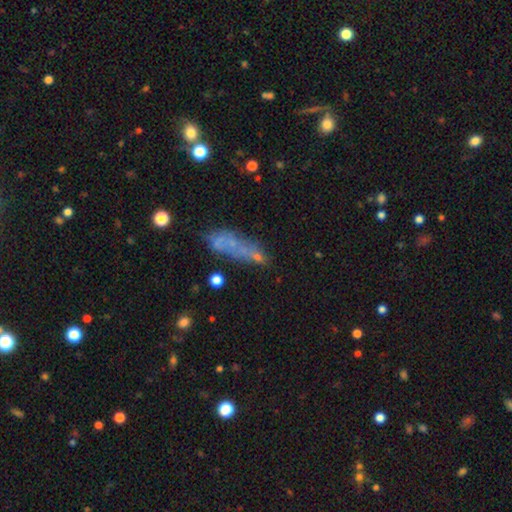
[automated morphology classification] Overall: smooth (43%; featured or disk 39%). Merging: none (42%; minor disturbance 21%).